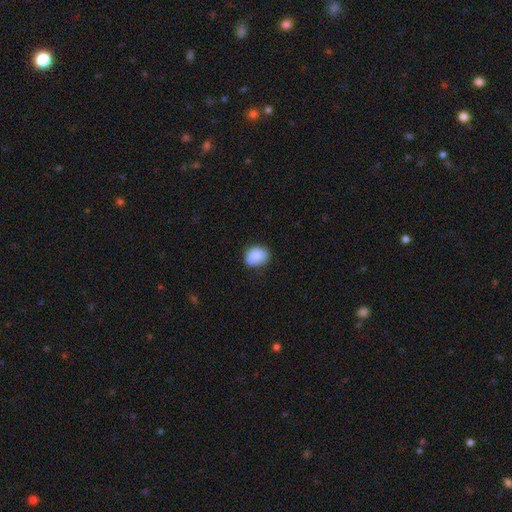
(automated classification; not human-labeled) smooth 88%, star or artifact 7%, featured or disk 5%. Down the decision tree: how rounded — in between (59%); merging — none (77%).